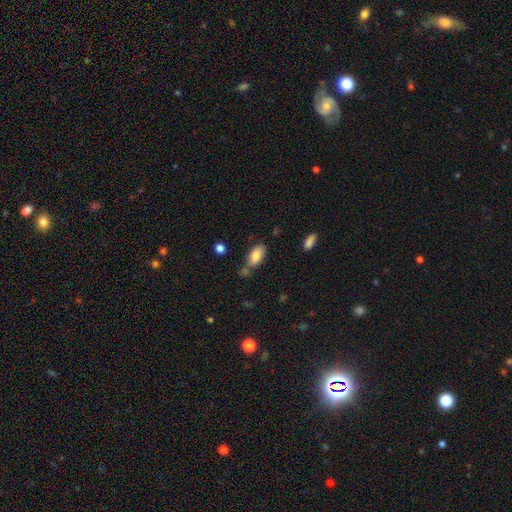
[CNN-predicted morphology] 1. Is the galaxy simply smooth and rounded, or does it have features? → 83% smooth, 10% featured or disk, 8% star or artifact.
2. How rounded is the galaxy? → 91% in between, 6% cigar-shaped, 3% round.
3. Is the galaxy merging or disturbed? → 59% none, 20% minor disturbance, 16% merger, 5% major disturbance.